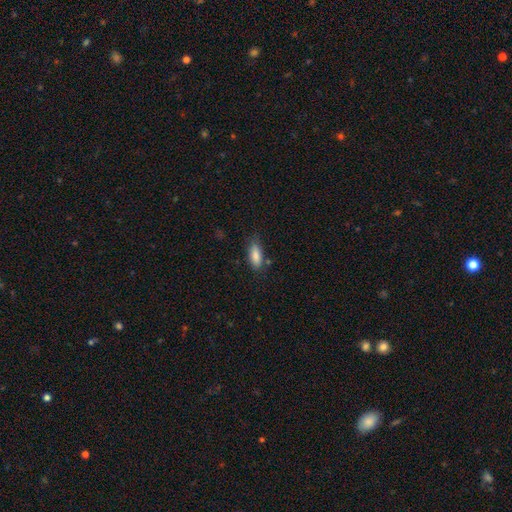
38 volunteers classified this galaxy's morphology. Q: Smooth or featured?
A: smooth (71%); runner-up: featured or disk (24%)
Q: How rounded?
A: cigar-shaped (52%); runner-up: in between (41%)
Q: Merging?
A: none (67%); runner-up: minor disturbance (22%)